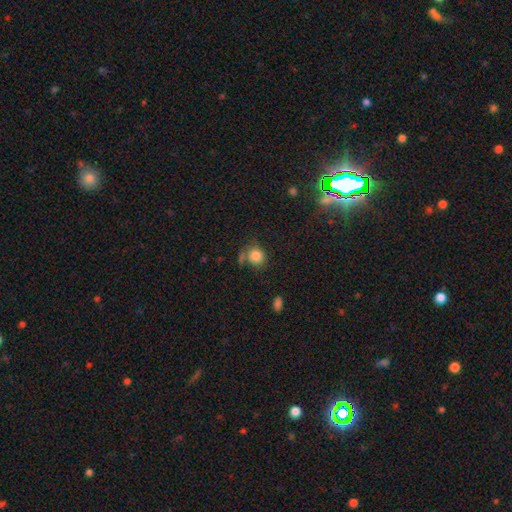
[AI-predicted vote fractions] A smooth galaxy with no disk features (83%) that is round (81%).

Vote fractions:
- Smooth or featured? smooth: 83% / star or artifact: 10% / featured or disk: 7%
- How rounded? round: 81% / in between: 18% / cigar-shaped: 1%
- Merging? none: 65% / minor disturbance: 16% / merger: 12% / major disturbance: 7%